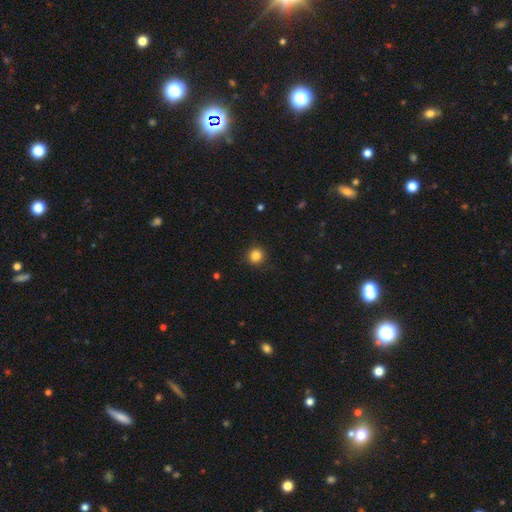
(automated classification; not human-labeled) A smooth galaxy with no disk features (84%) that is round (92%). Merging: none (90%).